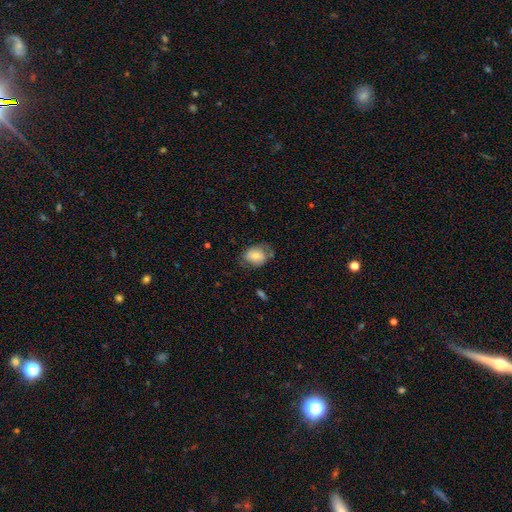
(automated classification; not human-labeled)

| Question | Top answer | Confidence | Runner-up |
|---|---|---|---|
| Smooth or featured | smooth | 72% | featured or disk (20%) |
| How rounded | in between | 67% | round (32%) |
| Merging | none | 55% | minor disturbance (28%) |